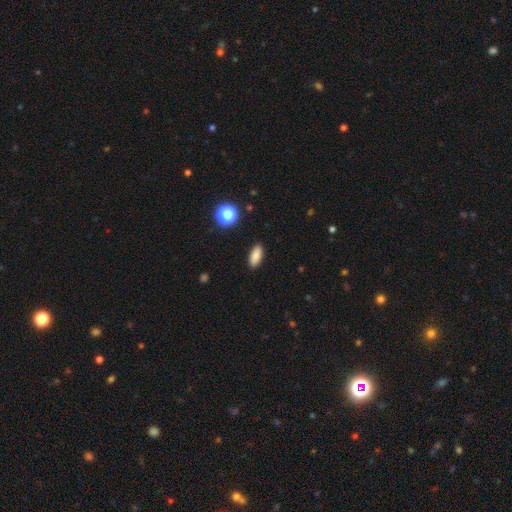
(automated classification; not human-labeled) Smooth or featured? smooth (86%)
How rounded? in between (82%)
Merging? none (90%)